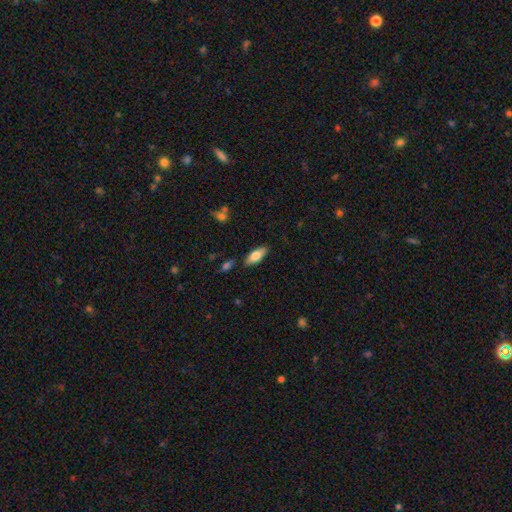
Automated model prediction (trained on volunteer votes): Morphology: type=smooth (74%); roundness=in between (74%); merging=none (83%).